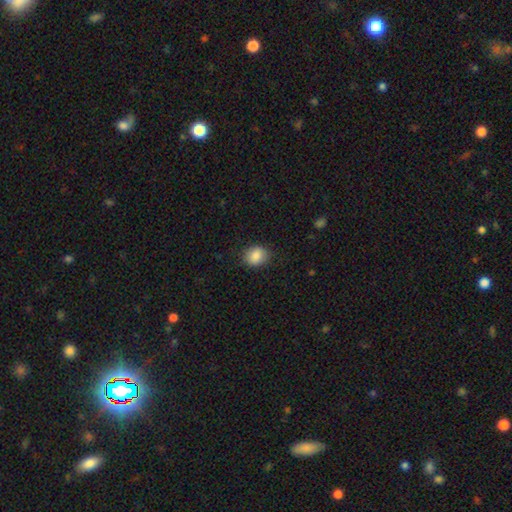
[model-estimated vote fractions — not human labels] This appears to be a smooth galaxy with no disk features (87%) that is round (59%). Merging: none (85%).